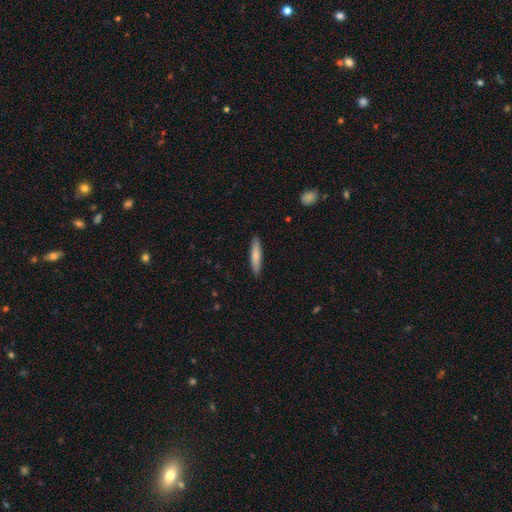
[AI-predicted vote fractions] A smooth galaxy with no disk features (76%) that is cigar-shaped (86%).

Vote fractions:
- Smooth or featured? smooth: 76% / featured or disk: 19% / star or artifact: 5%
- How rounded? cigar-shaped: 86% / in between: 13% / round: 1%
- Merging? none: 90% / minor disturbance: 7% / major disturbance: 2% / merger: 1%